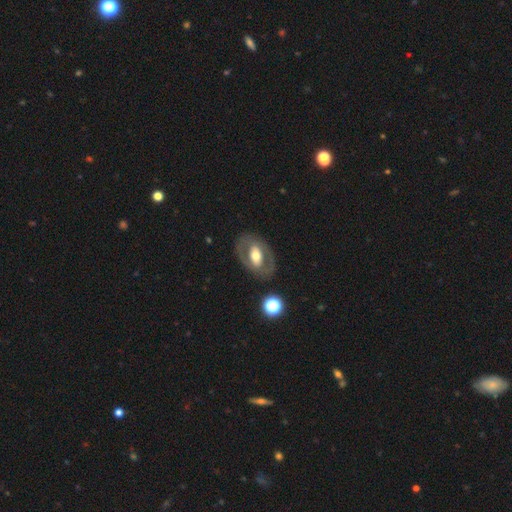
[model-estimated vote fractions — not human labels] A featured or disk galaxy (59%) with no bar (43%), no spiral arms (71%) and a moderate central bulge (61%).

Vote fractions:
- Smooth or featured? featured or disk: 59% / smooth: 35% / star or artifact: 6%
- Edge-on disk? no: 92% / yes: 8%
- Bar? no: 43% / weak: 30% / strong: 27%
- Spiral arms? no: 71% / yes: 29%
- Bulge size? moderate: 61% / large: 26% / small: 10% / dominant: 2% / none: 1%
- Merging? none: 79% / minor disturbance: 12% / major disturbance: 7% / merger: 2%